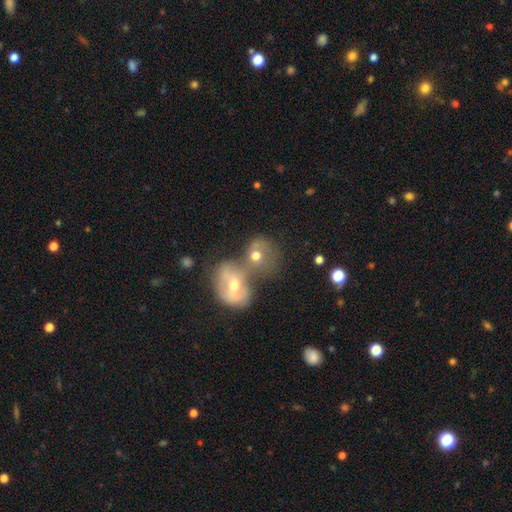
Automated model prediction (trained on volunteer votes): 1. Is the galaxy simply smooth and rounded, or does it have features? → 54% smooth, 33% featured or disk, 13% star or artifact.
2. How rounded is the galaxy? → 58% round, 41% in between, 1% cigar-shaped.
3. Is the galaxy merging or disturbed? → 64% merger, 21% none, 8% minor disturbance, 7% major disturbance.